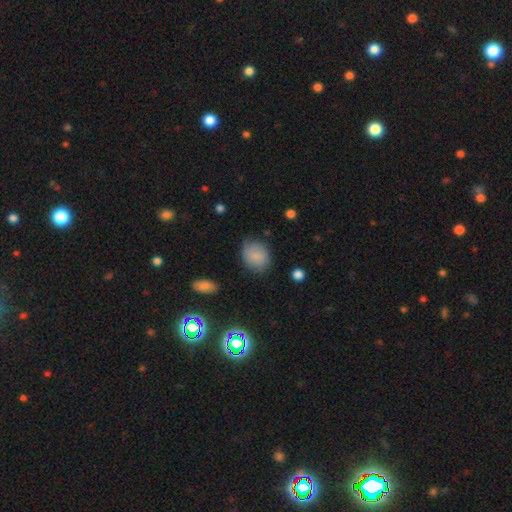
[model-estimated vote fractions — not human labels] Smooth or featured? Predicted: smooth (p=0.82). How rounded? Predicted: in between (p=0.51). Merging? Predicted: none (p=0.72).